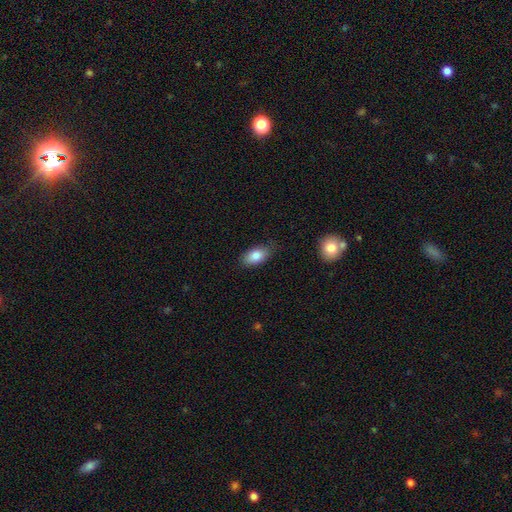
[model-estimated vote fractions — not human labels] Smooth or featured? Predicted: smooth (p=0.84). How rounded? Predicted: in between (p=0.91). Merging? Predicted: none (p=0.80).